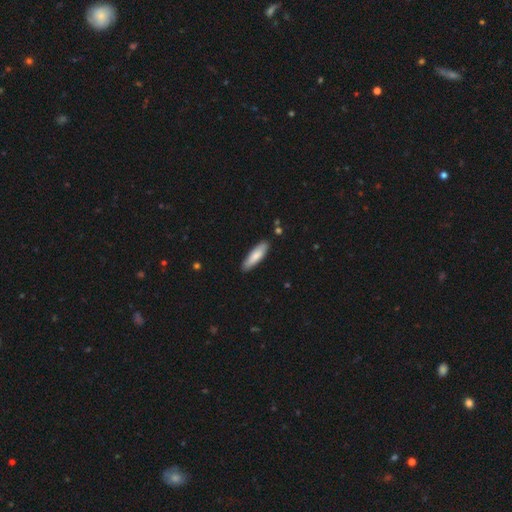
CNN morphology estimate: smooth-or-featured: smooth: 78% | featured or disk: 17% | star or artifact: 5%
  how-rounded: cigar-shaped: 64% | in between: 35% | round: 1%
  merging: none: 87% | minor disturbance: 10% | major disturbance: 2% | merger: 2%